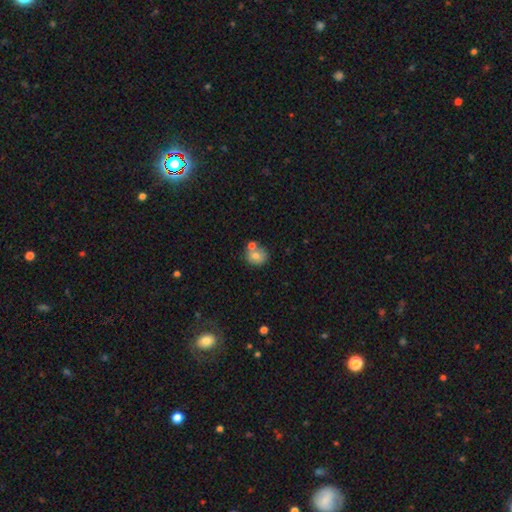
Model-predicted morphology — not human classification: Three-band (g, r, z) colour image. It shows a smooth galaxy with no disk features (71%) that is round (76%). Merging: none (51%).